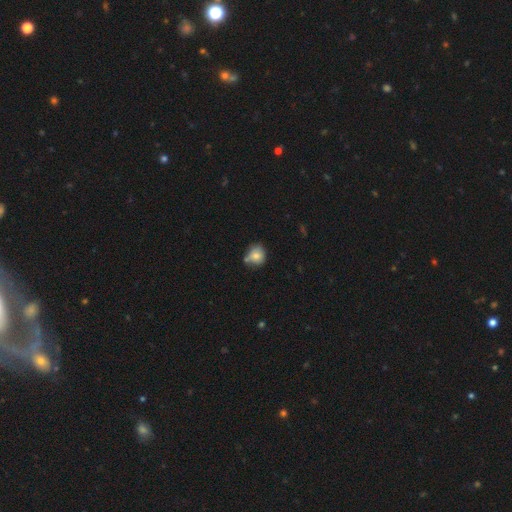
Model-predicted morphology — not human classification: Smooth or featured?
  - smooth: 77% *
  - featured or disk: 13%
  - star or artifact: 10%
How rounded?
  - round: 75% *
  - in between: 24%
  - cigar-shaped: 1%
Merging?
  - none: 56% *
  - minor disturbance: 24%
  - merger: 14%
  - major disturbance: 5%